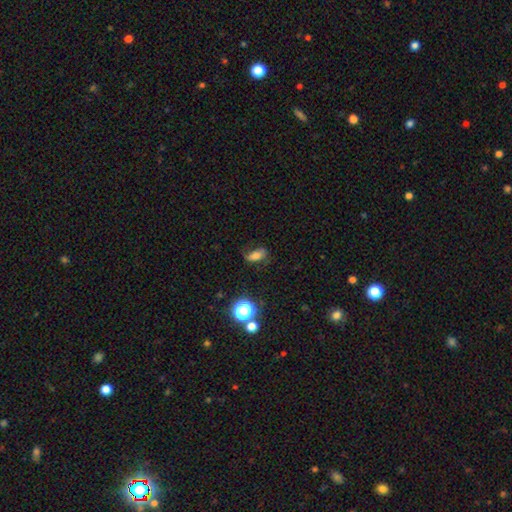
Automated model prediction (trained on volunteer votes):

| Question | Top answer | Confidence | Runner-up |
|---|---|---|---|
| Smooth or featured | smooth | 61% | featured or disk (24%) |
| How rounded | in between | 77% | round (12%) |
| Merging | none | 58% | minor disturbance (26%) |